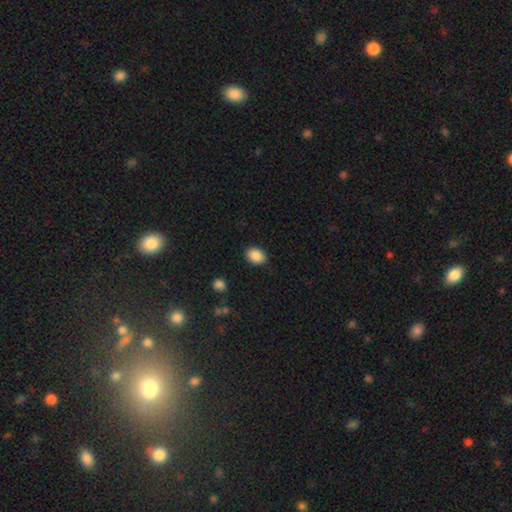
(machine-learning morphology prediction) Q: Smooth or featured?
A: smooth (88%); runner-up: star or artifact (8%)
Q: How rounded?
A: in between (65%); runner-up: round (34%)
Q: Merging?
A: none (88%); runner-up: minor disturbance (8%)